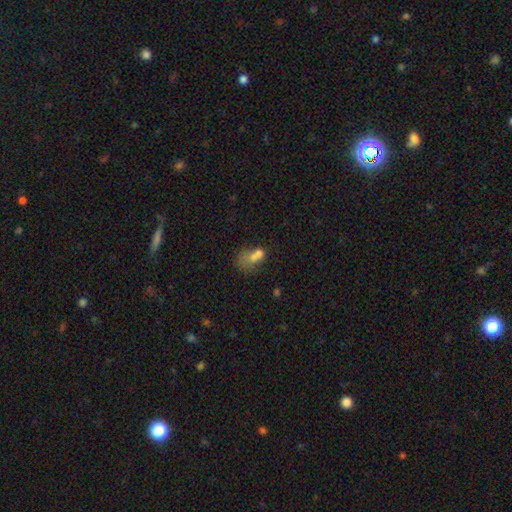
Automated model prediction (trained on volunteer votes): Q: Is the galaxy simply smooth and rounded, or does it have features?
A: smooth — 65%.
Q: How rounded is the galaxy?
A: in between — 68%.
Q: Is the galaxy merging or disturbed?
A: merger — 55%.